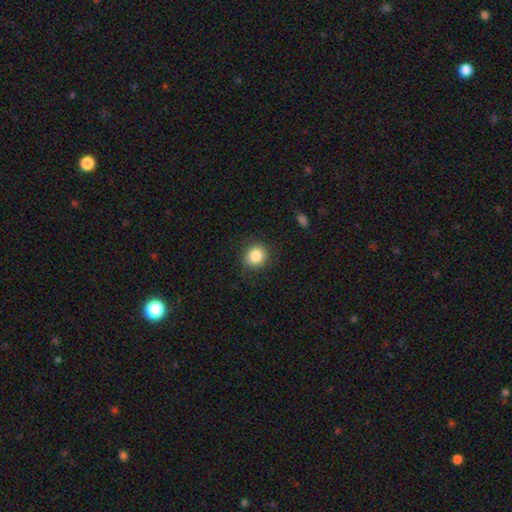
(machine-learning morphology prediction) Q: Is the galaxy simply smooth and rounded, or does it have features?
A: smooth — 85%.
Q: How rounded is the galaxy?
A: round — 82%.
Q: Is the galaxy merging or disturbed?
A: none — 86%.